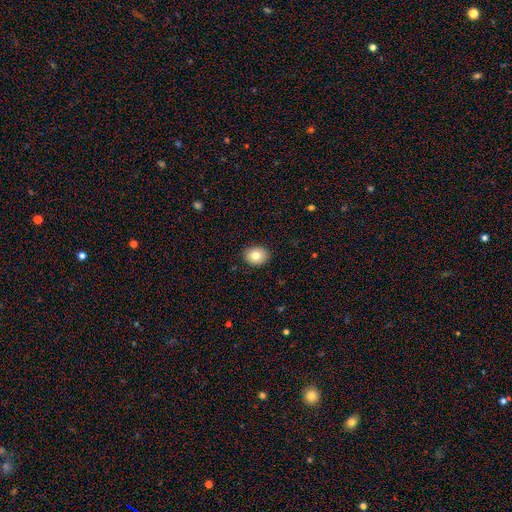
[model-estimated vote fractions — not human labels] smooth_or_featured: smooth (p=0.80) [alt: featured or disk p=0.11]
how_rounded: round (p=0.53) [alt: in between p=0.46]
merging: none (p=0.90) [alt: minor disturbance p=0.07]